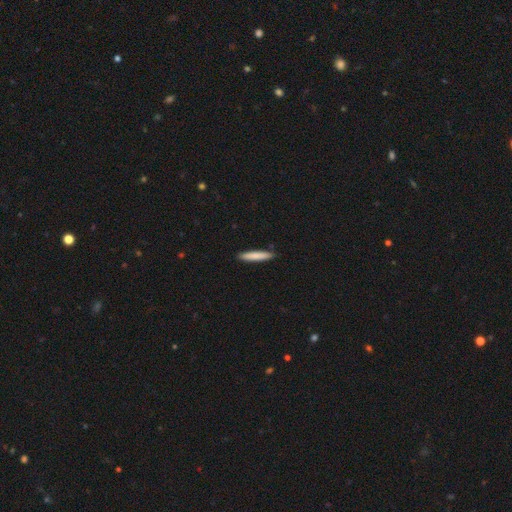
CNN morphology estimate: Smooth or featured? smooth (81%)
How rounded? cigar-shaped (93%)
Merging? none (90%)